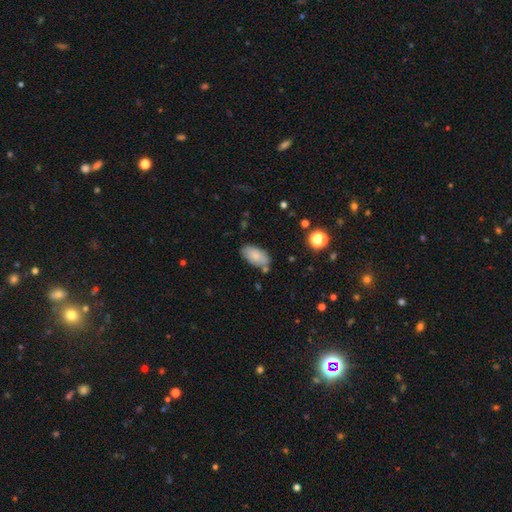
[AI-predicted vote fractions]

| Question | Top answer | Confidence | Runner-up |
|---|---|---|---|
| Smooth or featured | smooth | 82% | featured or disk (10%) |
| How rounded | in between | 93% | cigar-shaped (3%) |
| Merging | none | 72% | minor disturbance (18%) |